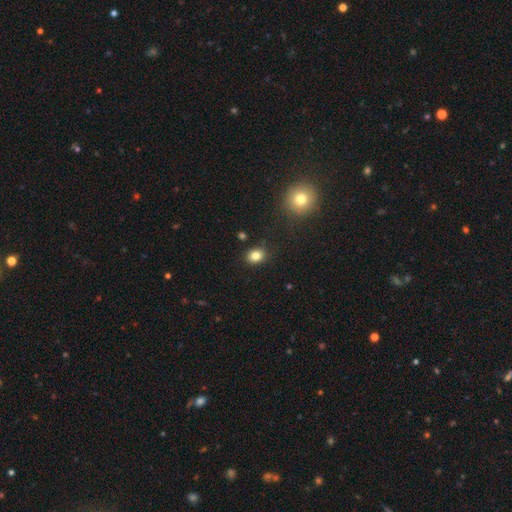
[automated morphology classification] A smooth galaxy with no disk features (82%) that is in between round and cigar-shaped (55%). Merging: none (85%).